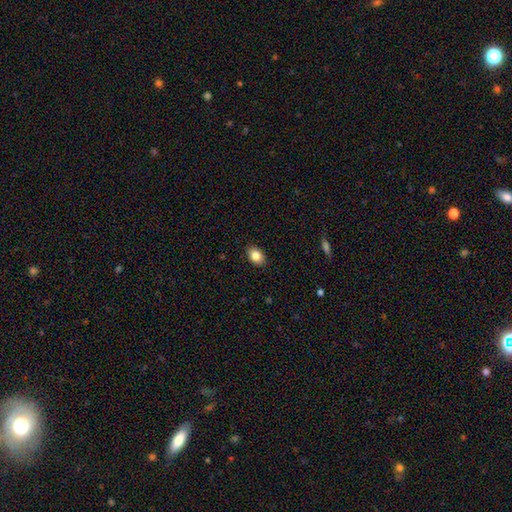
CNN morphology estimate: smooth 84%, star or artifact 9%, featured or disk 7%. Down the decision tree: how rounded — in between (74%); merging — none (89%).